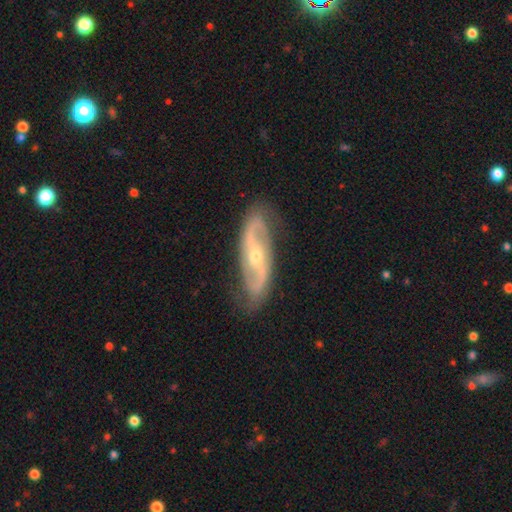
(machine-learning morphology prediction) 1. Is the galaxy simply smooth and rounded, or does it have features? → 87% featured or disk, 8% smooth, 5% star or artifact.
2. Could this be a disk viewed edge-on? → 90% no, 10% yes.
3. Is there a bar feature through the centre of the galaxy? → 43% no, 33% weak, 24% strong.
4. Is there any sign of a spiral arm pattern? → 94% yes, 6% no.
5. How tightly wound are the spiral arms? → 42% medium, 37% loose, 20% tight.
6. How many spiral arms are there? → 91% 2, 5% can't tell, 1% 1, 1% 3, 1% 4, 1% more than 4.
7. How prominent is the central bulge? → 55% small, 42% moderate, 1% large, 1% none, 1% dominant.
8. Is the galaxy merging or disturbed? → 81% none, 14% minor disturbance, 4% major disturbance, 1% merger.